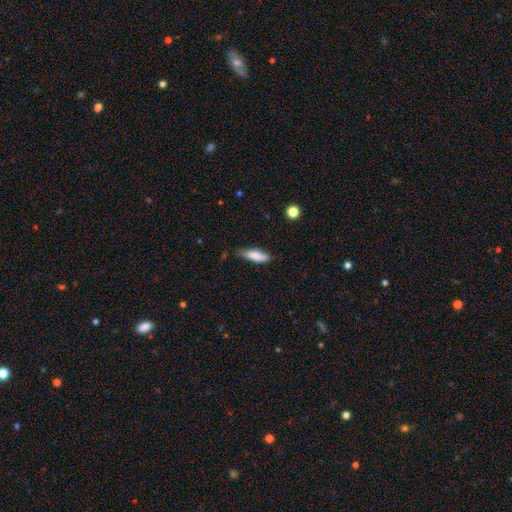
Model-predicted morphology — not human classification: Smooth or featured? smooth (83%)
How rounded? in between (52%)
Merging? none (64%)